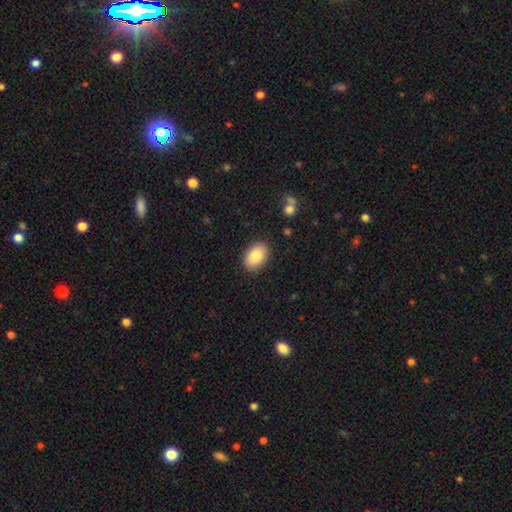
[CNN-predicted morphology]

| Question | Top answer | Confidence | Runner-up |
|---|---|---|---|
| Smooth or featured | smooth | 84% | featured or disk (9%) |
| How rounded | in between | 88% | round (11%) |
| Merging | none | 87% | minor disturbance (9%) |